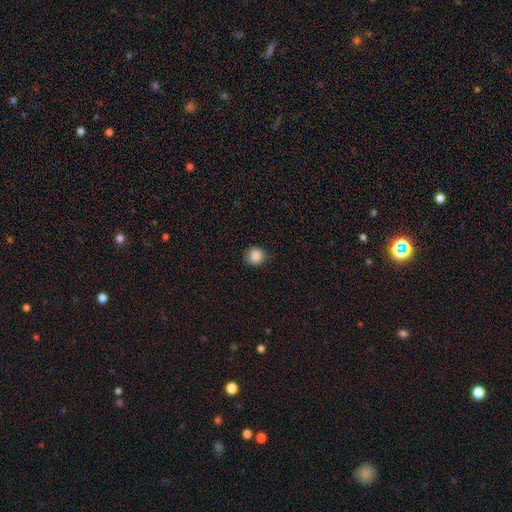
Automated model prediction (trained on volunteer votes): Smooth or featured? Predicted: smooth (p=0.87). How rounded? Predicted: round (p=0.87). Merging? Predicted: none (p=0.82).